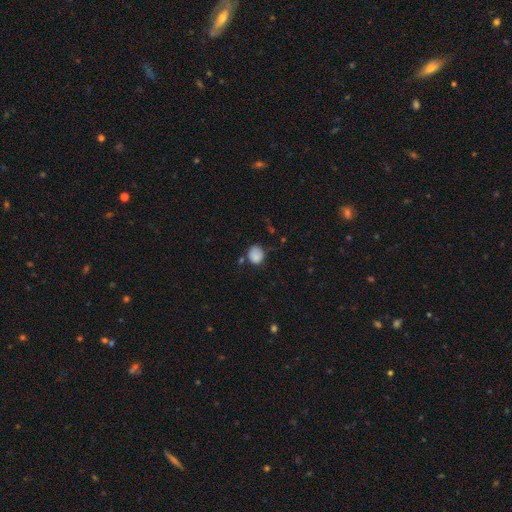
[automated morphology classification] Smooth or featured?
  - smooth: 85% *
  - star or artifact: 10%
  - featured or disk: 5%
How rounded?
  - round: 71% *
  - in between: 28%
  - cigar-shaped: 1%
Merging?
  - none: 65% *
  - minor disturbance: 24%
  - merger: 6%
  - major disturbance: 6%